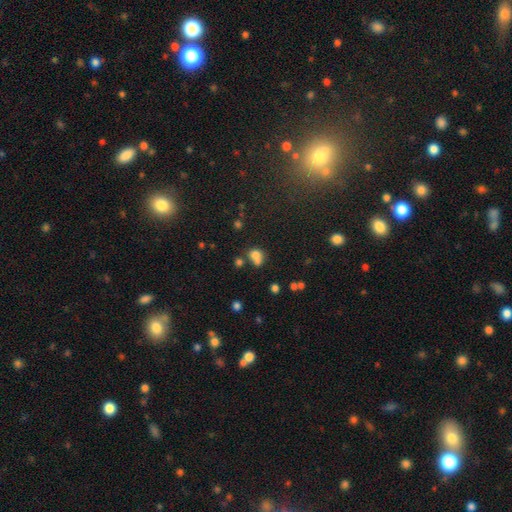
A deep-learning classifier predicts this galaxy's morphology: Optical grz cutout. It shows a smooth galaxy with no disk features (74%) that is round (57%). Merging: none (39%).